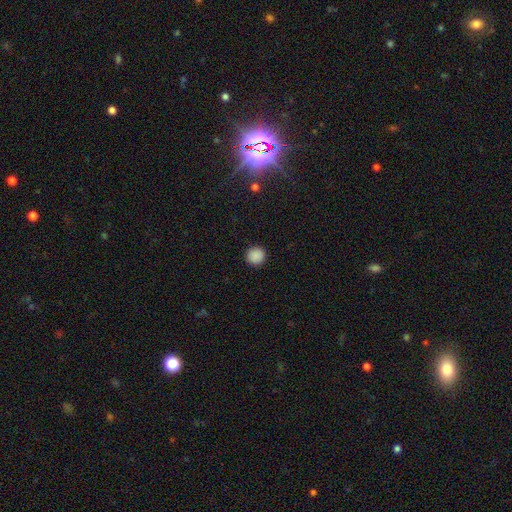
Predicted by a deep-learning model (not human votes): Overall: smooth (89%). How rounded: round (94%). Merging: none (92%).